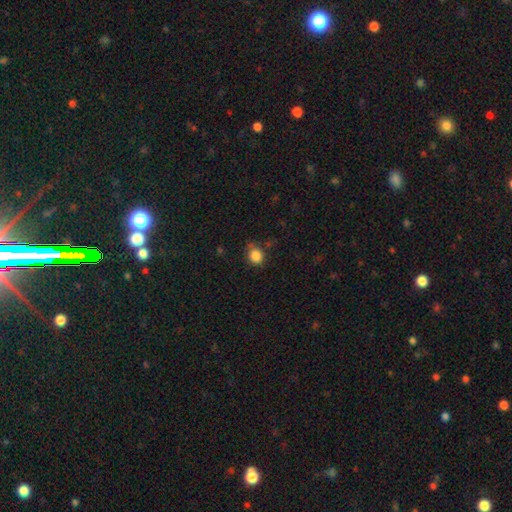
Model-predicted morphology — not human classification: This is clearly a smooth galaxy (86%). How rounded: likely round (78%). Merging: likely none (69%).